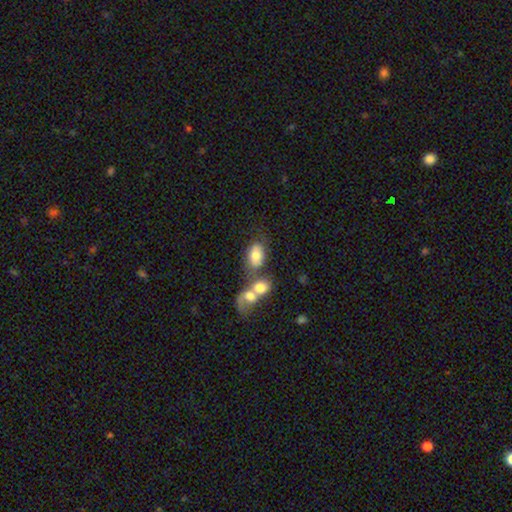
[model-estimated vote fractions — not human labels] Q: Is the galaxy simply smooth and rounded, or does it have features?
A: smooth — 75%.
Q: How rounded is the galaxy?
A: in between — 83%.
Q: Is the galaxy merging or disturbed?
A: merger — 46%.